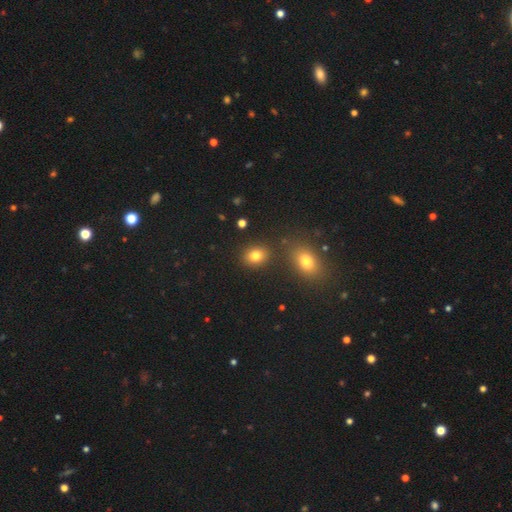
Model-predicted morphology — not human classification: Smooth or featured? smooth (80%)
How rounded? round (54%)
Merging? none (83%)